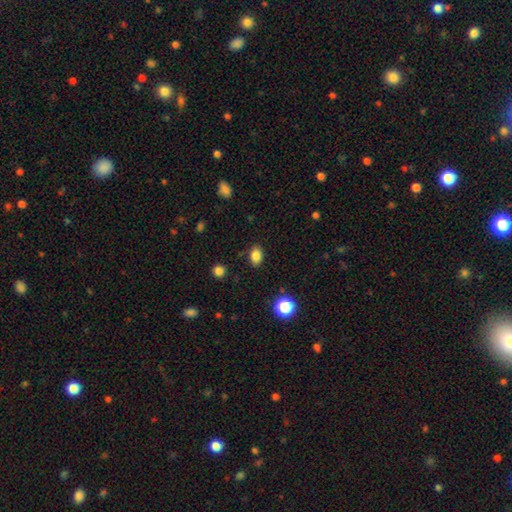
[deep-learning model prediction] smooth_or_featured: smooth (p=0.84) [alt: star or artifact p=0.11]
how_rounded: in between (p=0.77) [alt: round p=0.21]
merging: none (p=0.86) [alt: minor disturbance p=0.10]